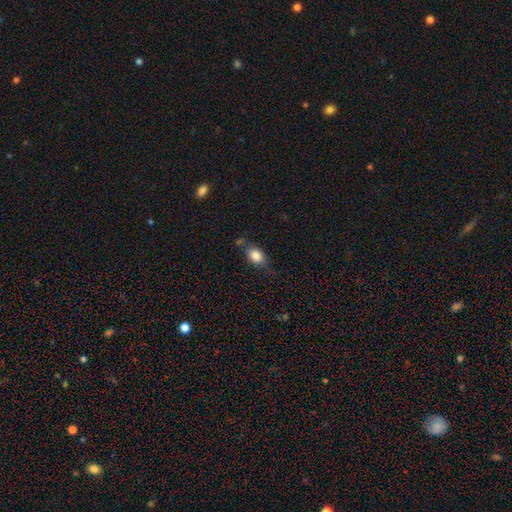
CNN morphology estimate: Q: Smooth or featured?
A: smooth (83%); runner-up: featured or disk (9%)
Q: How rounded?
A: in between (82%); runner-up: round (15%)
Q: Merging?
A: none (61%); runner-up: minor disturbance (24%)